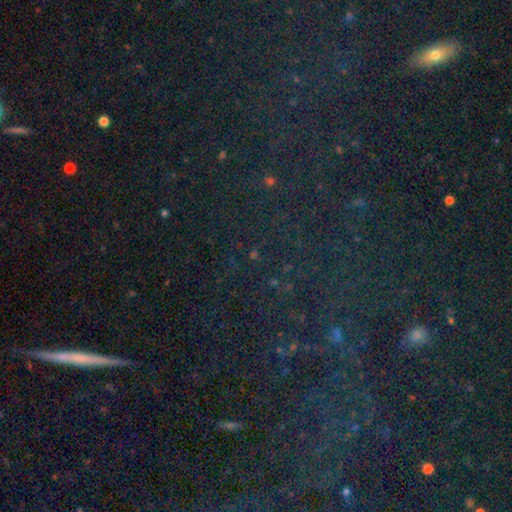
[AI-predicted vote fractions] A star or artifact, not a galaxy (78%).

Vote fractions:
- Smooth or featured? star or artifact: 78% / smooth: 12% / featured or disk: 10%